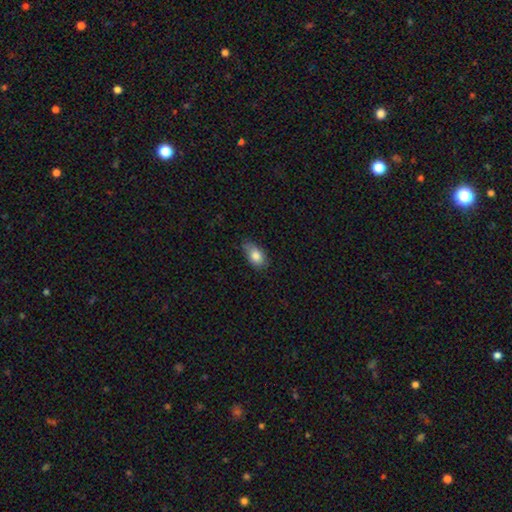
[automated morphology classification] Smooth or featured? smooth (82%)
How rounded? in between (90%)
Merging? none (63%)